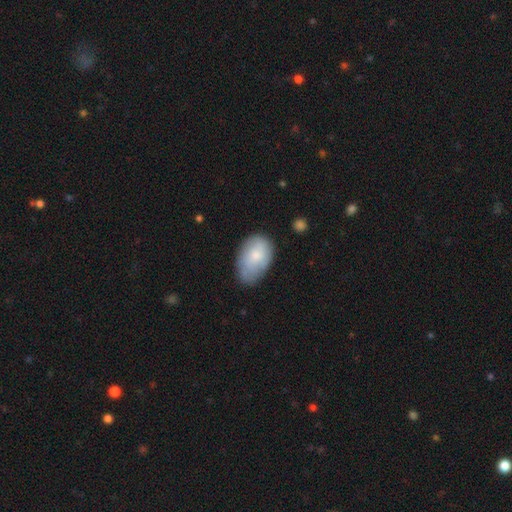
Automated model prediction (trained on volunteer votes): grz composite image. It shows a smooth galaxy with no disk features (75%) that is in between round and cigar-shaped (92%). Merging: none (60%).